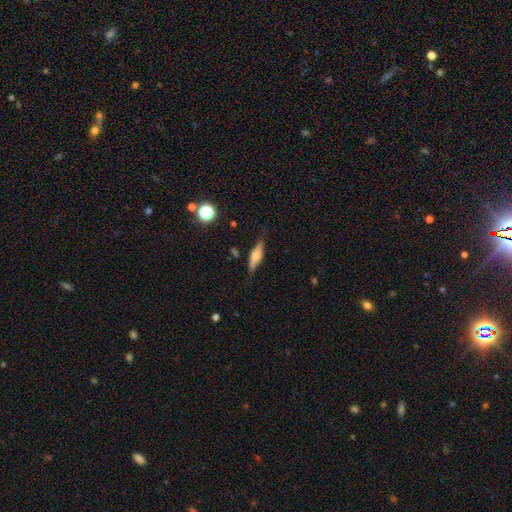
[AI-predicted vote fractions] Smooth or featured? featured or disk (46%, tied with smooth)
Merging? none (80%)